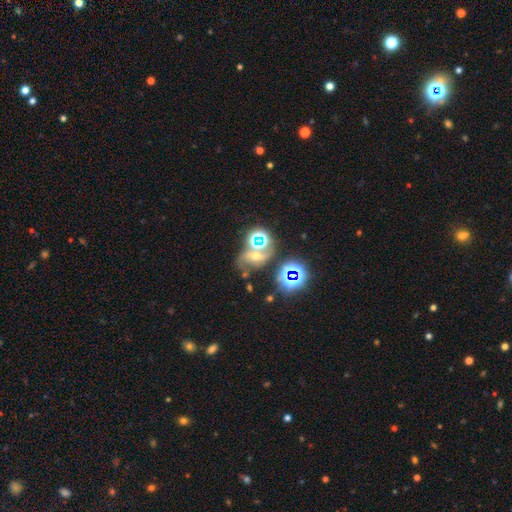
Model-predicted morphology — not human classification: Overall: star or artifact (42%; featured or disk 32%).